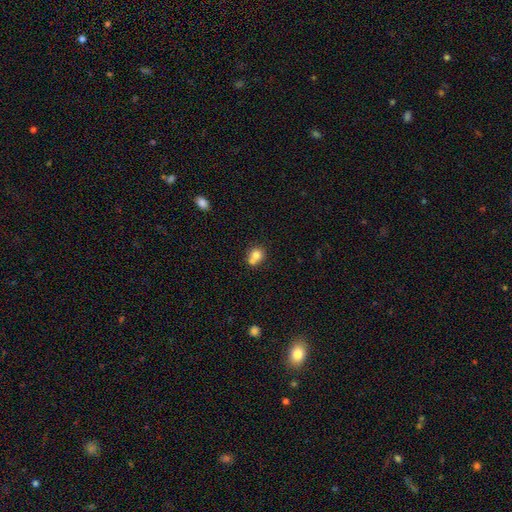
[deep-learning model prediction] A smooth galaxy with no disk features (76%) that is round (75%).

Vote fractions:
- Smooth or featured? smooth: 76% / featured or disk: 13% / star or artifact: 10%
- How rounded? round: 75% / in between: 24% / cigar-shaped: 1%
- Merging? merger: 47% / none: 39% / minor disturbance: 10% / major disturbance: 4%